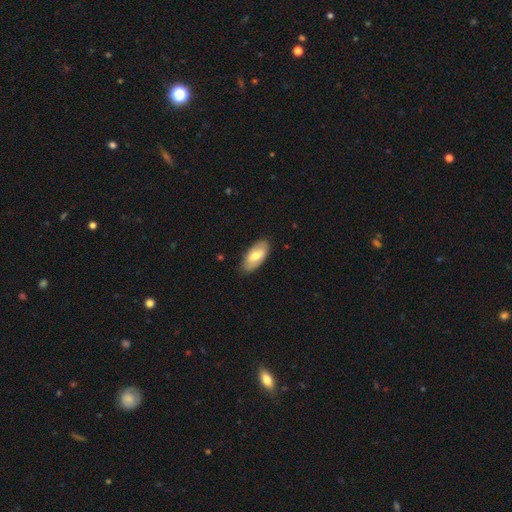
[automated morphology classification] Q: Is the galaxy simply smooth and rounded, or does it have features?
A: smooth — 69%.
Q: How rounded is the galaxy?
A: in between — 90%.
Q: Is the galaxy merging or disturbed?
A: none — 83%.